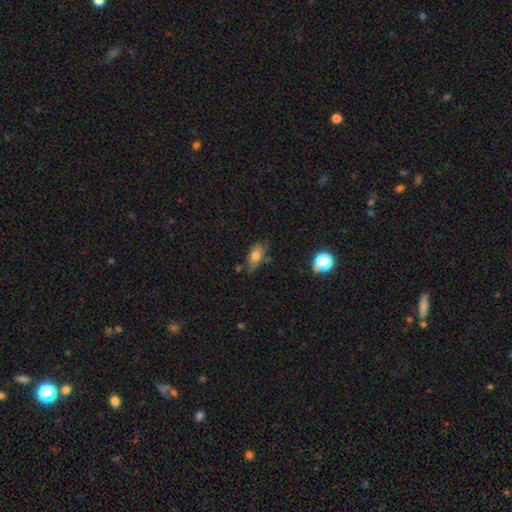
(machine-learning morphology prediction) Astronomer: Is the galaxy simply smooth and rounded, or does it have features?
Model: smooth — 73%.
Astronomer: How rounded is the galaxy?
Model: in between — 81%.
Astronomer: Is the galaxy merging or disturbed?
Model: none — 56%.